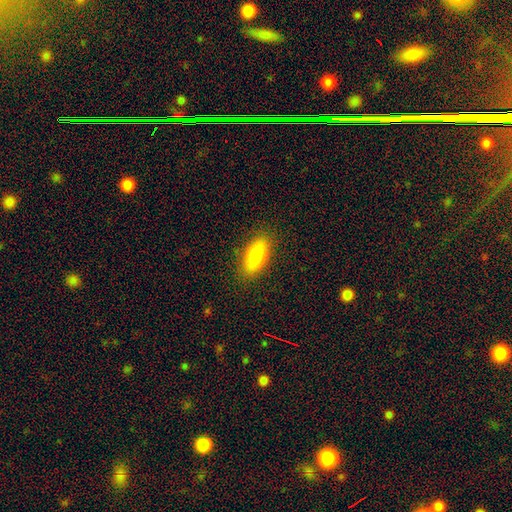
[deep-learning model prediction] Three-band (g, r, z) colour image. It shows a smooth galaxy with no disk features (79%) that is in between round and cigar-shaped (86%). Merging: none (86%).